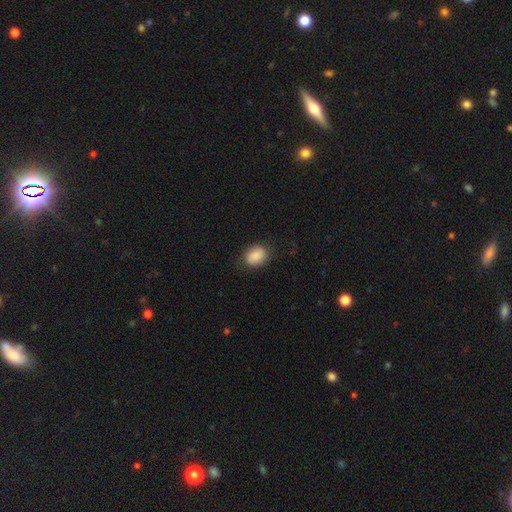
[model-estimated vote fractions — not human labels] smooth 86%, star or artifact 7%, featured or disk 7%. Down the decision tree: how rounded — in between (60%); merging — none (82%).